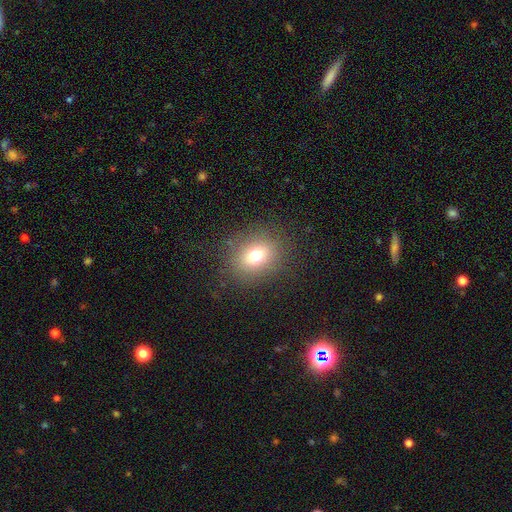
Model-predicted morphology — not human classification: Smooth or featured?
  - smooth: 72% *
  - star or artifact: 15%
  - featured or disk: 13%
How rounded?
  - round: 57% *
  - in between: 42%
  - cigar-shaped: 1%
Merging?
  - none: 84% *
  - minor disturbance: 10%
  - major disturbance: 5%
  - merger: 1%